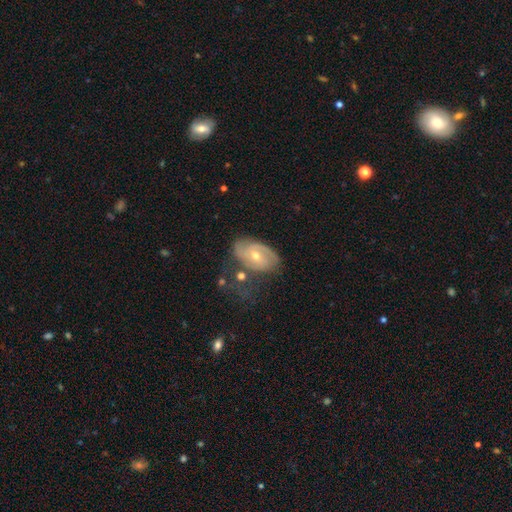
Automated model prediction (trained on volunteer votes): This is likely a featured or disk galaxy (75%). It is clearly not viewed edge-on (95%). Bar: likely no (61%). Spiral arm pattern: clearly yes (88%). Spiral arm count: possibly 2 (49%). Spiral winding: possibly tight (49%). Central bulge: possibly moderate (50%). Merging: possibly none (51%).